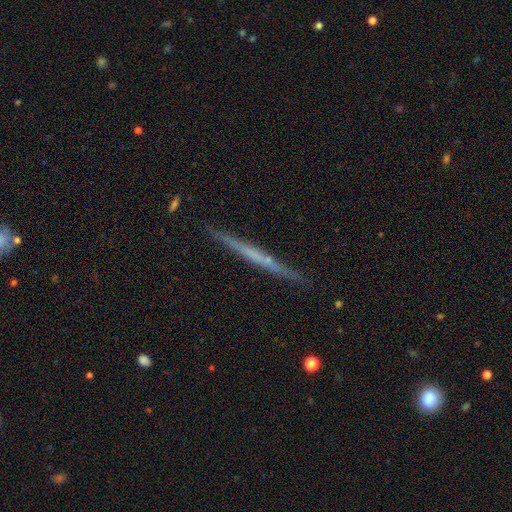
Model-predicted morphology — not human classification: Smooth or featured? Predicted: featured or disk (p=0.59). Edge-on disk? Predicted: yes (p=0.97). Edge-on bulge? Predicted: none (p=0.86). Merging? Predicted: none (p=0.90).